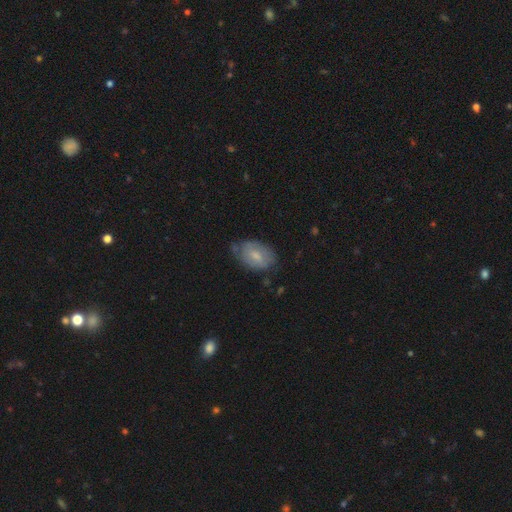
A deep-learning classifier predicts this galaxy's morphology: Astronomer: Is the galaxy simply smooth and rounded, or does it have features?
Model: smooth — 60%.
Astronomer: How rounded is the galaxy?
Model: in between — 86%.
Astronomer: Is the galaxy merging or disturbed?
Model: none — 60%.